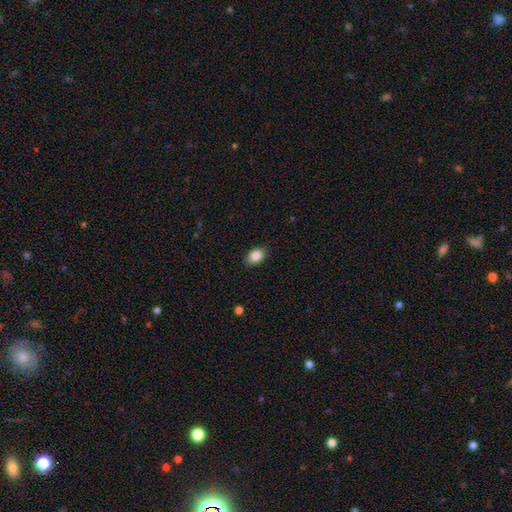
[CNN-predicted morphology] A smooth galaxy with no disk features (85%) that is in between round and cigar-shaped (83%). Merging: none (87%).